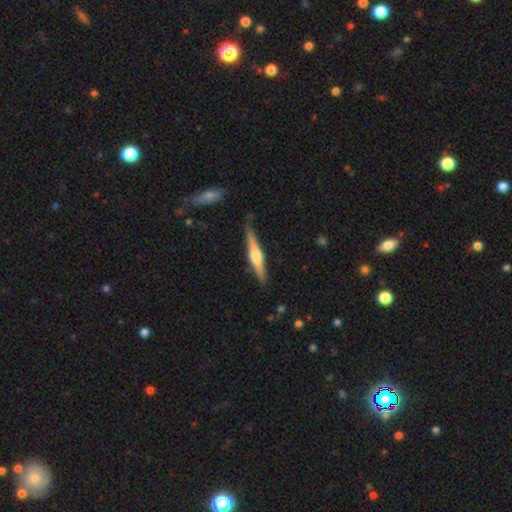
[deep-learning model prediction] Overall: featured or disk (70%). Edge-on disk: yes (98%). Edge-on bulge: rounded (84%). Merging: none (85%).